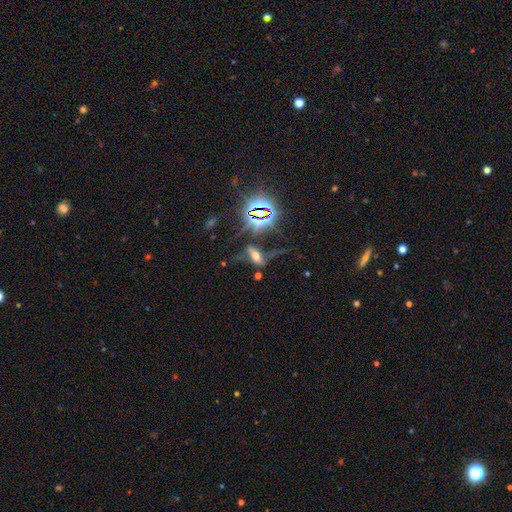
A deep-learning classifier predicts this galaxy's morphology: Overall: featured or disk (39%; star or artifact 33%). Merging: none (49%; major disturbance 23%).